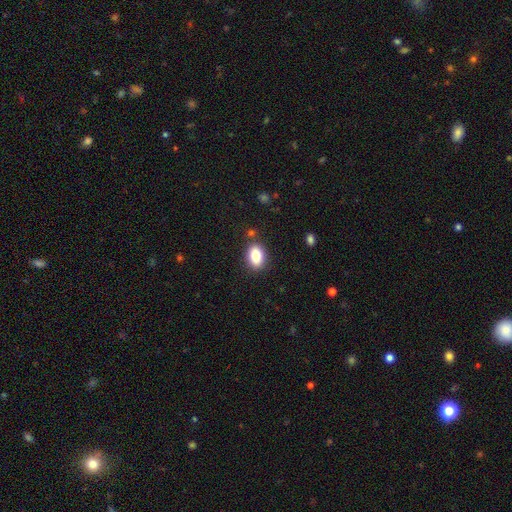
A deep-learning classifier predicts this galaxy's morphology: smooth_or_featured: smooth (p=0.83) [alt: star or artifact p=0.09]
how_rounded: in between (p=0.82) [alt: round p=0.17]
merging: none (p=0.84) [alt: minor disturbance p=0.10]